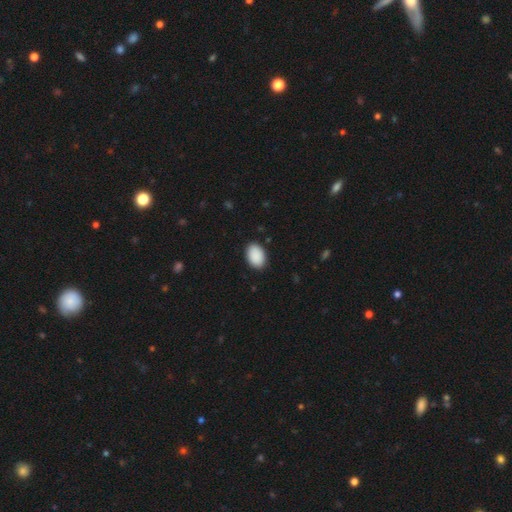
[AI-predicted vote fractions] Overall: smooth (91%). How rounded: in between (88%). Merging: none (89%).